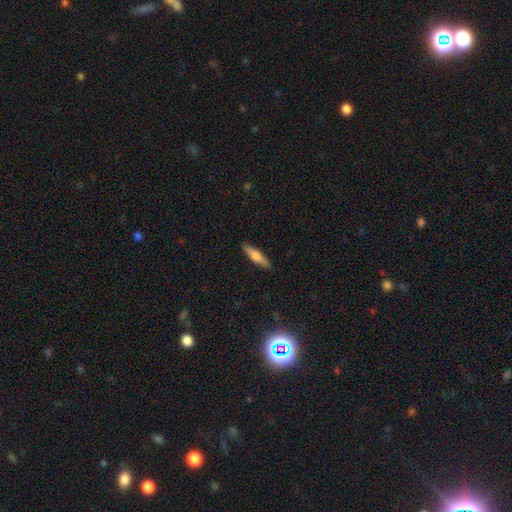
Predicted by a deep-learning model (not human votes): Smooth or featured?
  - smooth: 63% *
  - featured or disk: 31%
  - star or artifact: 6%
How rounded?
  - cigar-shaped: 79% *
  - in between: 20%
  - round: 2%
Merging?
  - none: 90% *
  - minor disturbance: 7%
  - major disturbance: 2%
  - merger: 1%